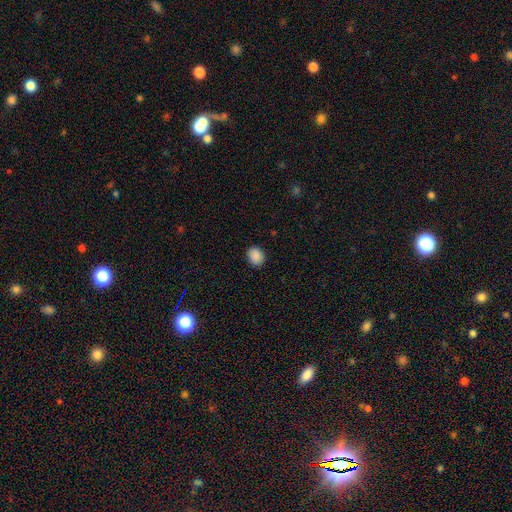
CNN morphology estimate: Q: Smooth or featured?
A: smooth (89%); runner-up: star or artifact (9%)
Q: How rounded?
A: round (51%); runner-up: in between (48%)
Q: Merging?
A: none (88%); runner-up: minor disturbance (9%)